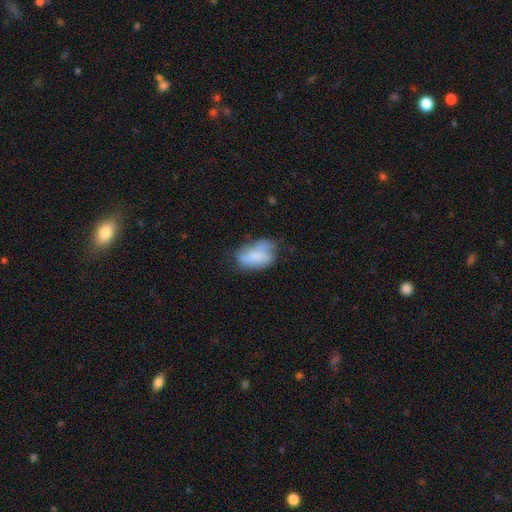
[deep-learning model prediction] Morphology: type=smooth (68%); roundness=in between (90%); merging=none (43%).